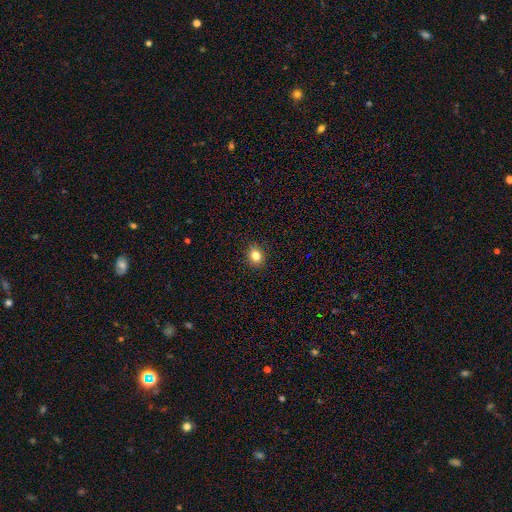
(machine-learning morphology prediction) Smooth or featured? Predicted: smooth (p=0.82). How rounded? Predicted: round (p=0.64). Merging? Predicted: none (p=0.90).